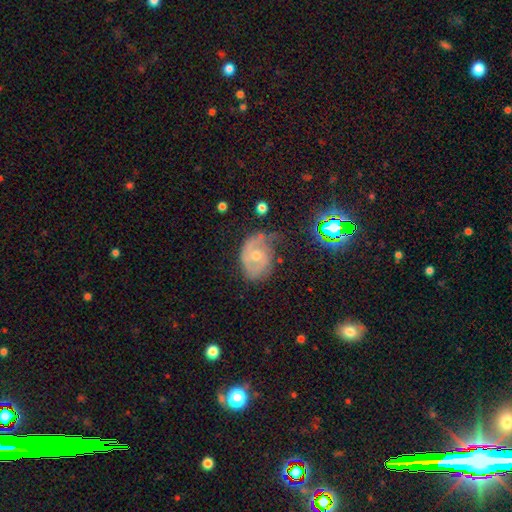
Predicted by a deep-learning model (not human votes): The model was most divided on "spiral winding" (2-way tie): tight: 41%, medium: 41%, loose: 18%. Remaining: edge-on disk — no (96%); spiral arms — yes (84%); smooth or featured — featured or disk (70%); bar — no (63%); spiral arm count — 2 (53%); bulge size — moderate (52%); merging — none (50%).